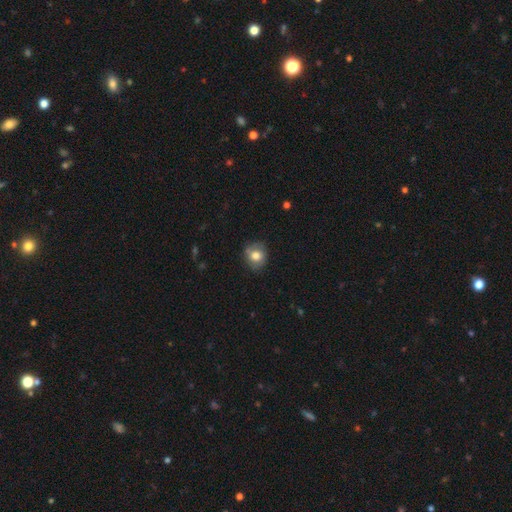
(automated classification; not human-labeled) Smooth or featured?
  - smooth: 74% *
  - featured or disk: 18%
  - star or artifact: 9%
How rounded?
  - round: 76% *
  - in between: 23%
  - cigar-shaped: 1%
Merging?
  - none: 75% *
  - minor disturbance: 18%
  - major disturbance: 4%
  - merger: 2%